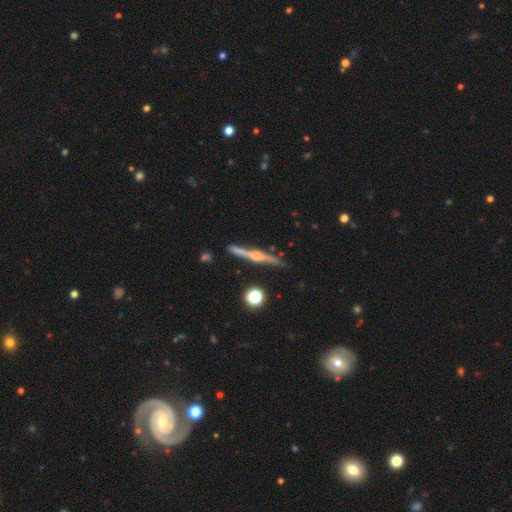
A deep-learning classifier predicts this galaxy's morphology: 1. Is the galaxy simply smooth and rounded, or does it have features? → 71% featured or disk, 21% smooth, 7% star or artifact.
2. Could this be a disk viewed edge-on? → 97% yes, 3% no.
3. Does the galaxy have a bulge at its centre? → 75% rounded, 13% boxy, 12% none.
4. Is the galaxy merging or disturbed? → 84% none, 11% minor disturbance, 3% merger, 2% major disturbance.